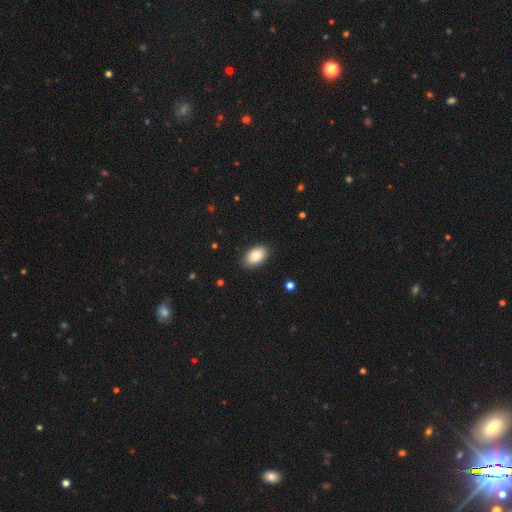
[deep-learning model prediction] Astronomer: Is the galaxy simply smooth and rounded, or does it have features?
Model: smooth — 84%.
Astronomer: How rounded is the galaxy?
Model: in between — 92%.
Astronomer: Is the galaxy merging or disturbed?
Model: none — 88%.